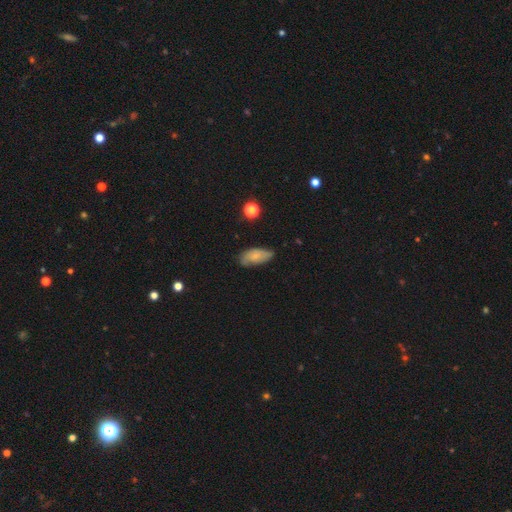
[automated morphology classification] Q: Smooth or featured?
A: smooth (67%); runner-up: featured or disk (25%)
Q: How rounded?
A: in between (89%); runner-up: cigar-shaped (8%)
Q: Merging?
A: none (64%); runner-up: minor disturbance (29%)